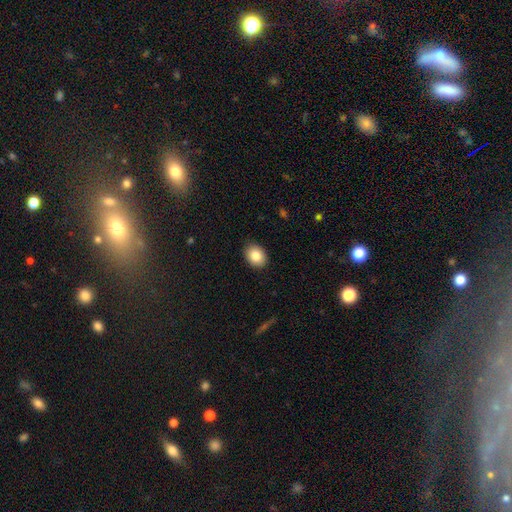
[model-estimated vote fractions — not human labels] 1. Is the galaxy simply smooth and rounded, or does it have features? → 85% smooth, 8% star or artifact, 7% featured or disk.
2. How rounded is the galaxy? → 62% in between, 37% round, 1% cigar-shaped.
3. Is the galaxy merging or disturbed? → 89% none, 8% minor disturbance, 2% major disturbance, 1% merger.